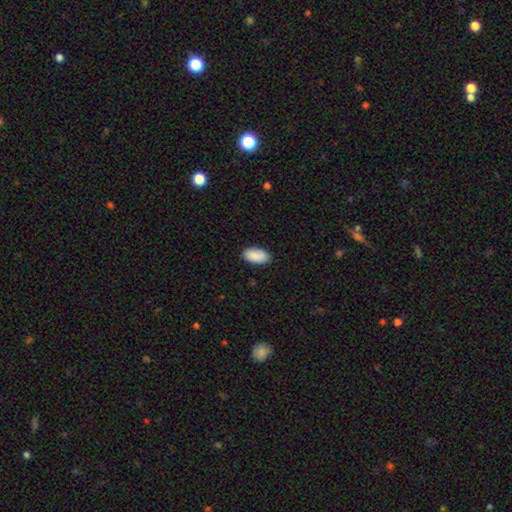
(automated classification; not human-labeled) smooth-or-featured: smooth: 90% | star or artifact: 6% | featured or disk: 4%
  how-rounded: in between: 95% | round: 2% | cigar-shaped: 2%
  merging: none: 87% | minor disturbance: 10% | major disturbance: 2% | merger: 1%